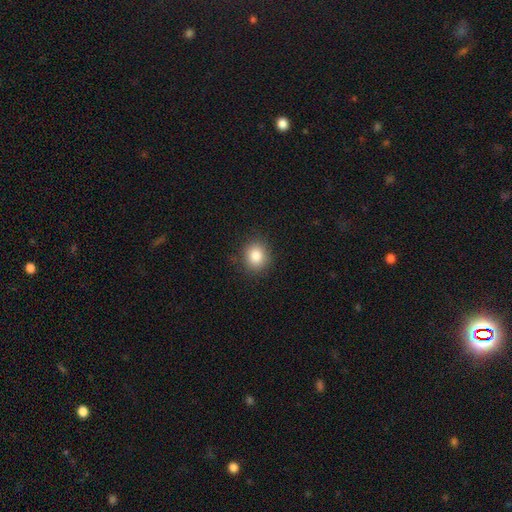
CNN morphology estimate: Smooth or featured? smooth (84%)
How rounded? round (81%)
Merging? none (88%)